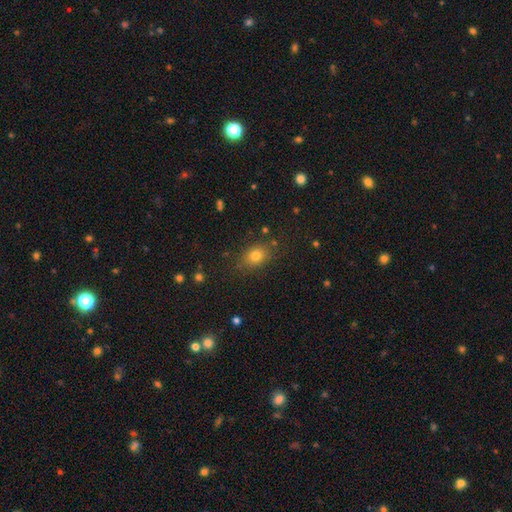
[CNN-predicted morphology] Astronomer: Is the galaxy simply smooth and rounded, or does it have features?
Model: smooth — 76%.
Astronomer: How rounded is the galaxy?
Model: in between — 54% (runner-up: round, 44%).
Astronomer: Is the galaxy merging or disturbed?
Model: none — 80%.